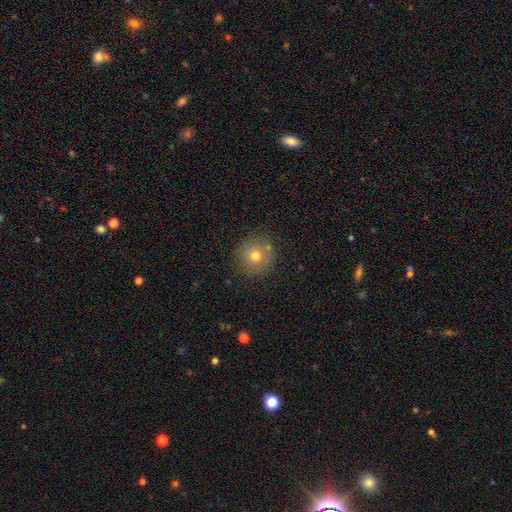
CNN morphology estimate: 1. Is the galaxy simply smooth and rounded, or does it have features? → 72% smooth, 14% featured or disk, 14% star or artifact.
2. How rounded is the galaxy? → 95% round, 4% in between, 1% cigar-shaped.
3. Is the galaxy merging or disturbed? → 85% none, 9% minor disturbance, 3% merger, 3% major disturbance.